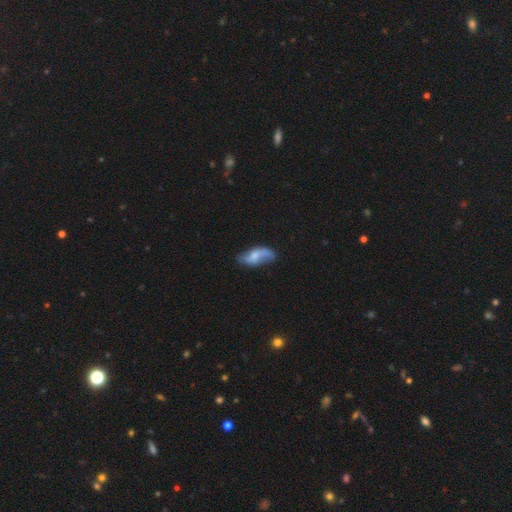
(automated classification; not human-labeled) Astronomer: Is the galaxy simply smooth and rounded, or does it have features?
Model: featured or disk — 47% (runner-up: smooth, 46%).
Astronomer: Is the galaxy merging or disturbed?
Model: none — 55%.